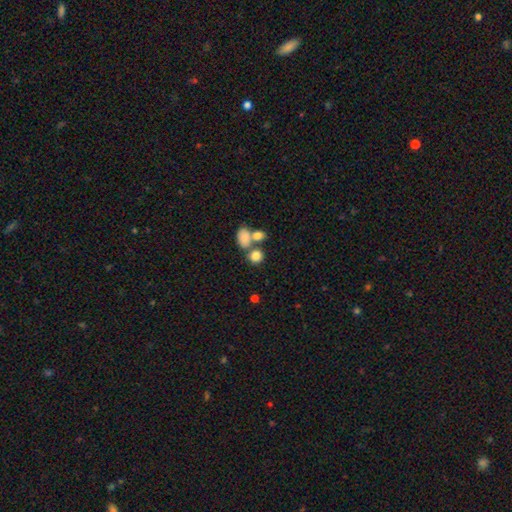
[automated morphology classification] A smooth galaxy with no disk features (80%) that is round (67%). Merging: none (47%).